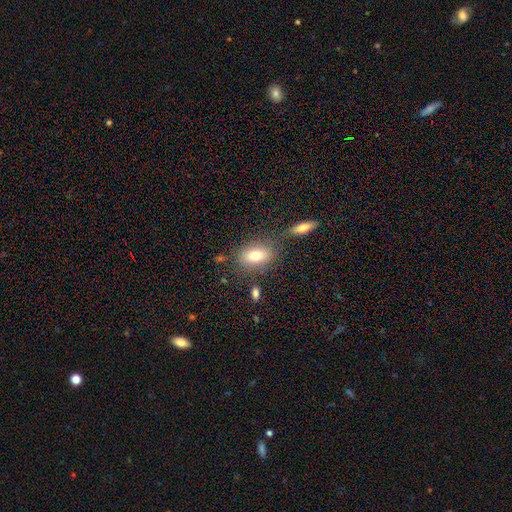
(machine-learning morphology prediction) This appears to be a smooth galaxy with no disk features (77%) that is in between round and cigar-shaped (82%). Merging: none (72%).